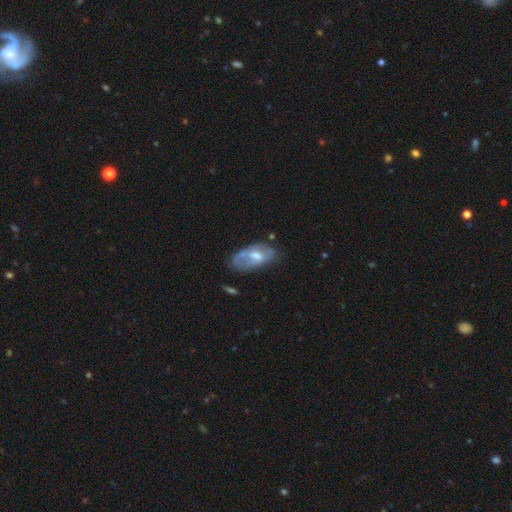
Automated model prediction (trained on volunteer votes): The model was most divided on "smooth or featured": featured or disk: 47%, smooth: 46%, star or artifact: 7%. Remaining: merging — none (46%).